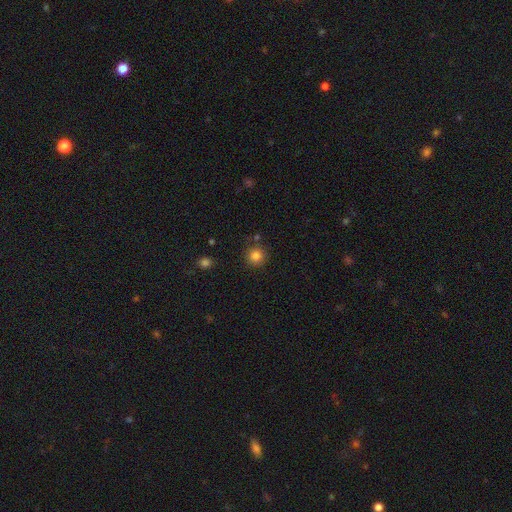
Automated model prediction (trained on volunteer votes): A smooth galaxy with no disk features (84%) that is round (94%).

Vote fractions:
- Smooth or featured? smooth: 84% / star or artifact: 12% / featured or disk: 4%
- How rounded? round: 94% / in between: 5% / cigar-shaped: 1%
- Merging? none: 84% / minor disturbance: 9% / merger: 5% / major disturbance: 3%